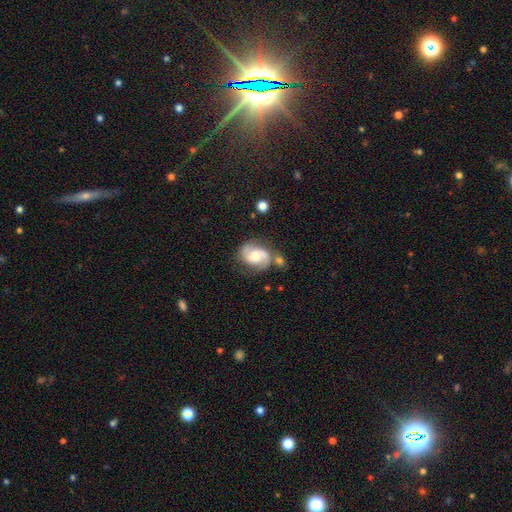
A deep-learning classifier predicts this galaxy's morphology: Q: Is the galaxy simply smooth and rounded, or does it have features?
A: featured or disk — 78%.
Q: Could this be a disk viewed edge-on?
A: no — 98%.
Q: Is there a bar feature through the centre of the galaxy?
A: no — 51%.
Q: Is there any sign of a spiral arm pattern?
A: yes — 95%.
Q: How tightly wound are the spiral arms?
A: medium — 53%.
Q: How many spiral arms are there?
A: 2 — 91%.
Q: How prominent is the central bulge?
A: moderate — 62%.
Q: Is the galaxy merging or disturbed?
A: none — 64%.